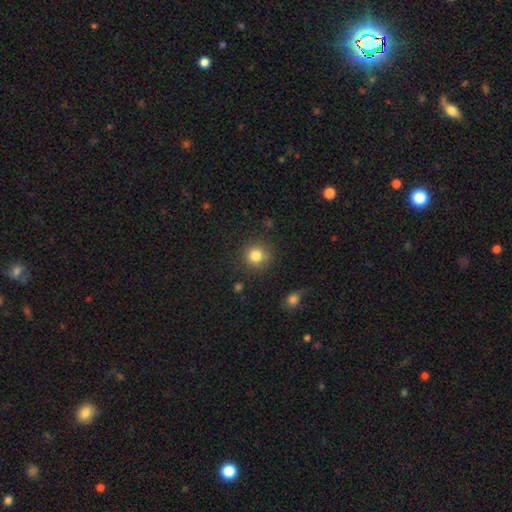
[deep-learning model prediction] Smooth or featured? smooth (83%)
How rounded? round (92%)
Merging? none (85%)